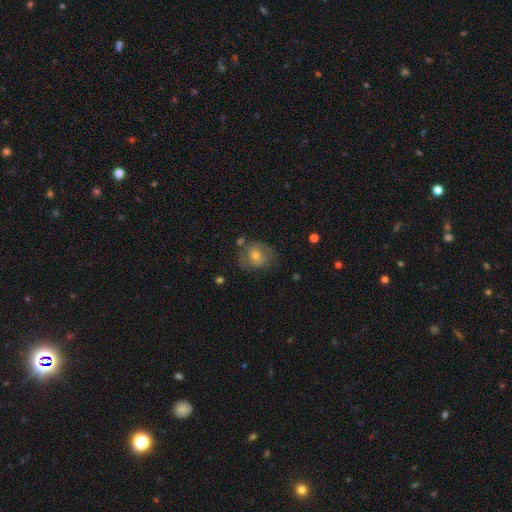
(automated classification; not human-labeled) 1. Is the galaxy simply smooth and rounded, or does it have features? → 52% smooth, 40% featured or disk, 8% star or artifact.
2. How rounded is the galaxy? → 67% round, 32% in between, 1% cigar-shaped.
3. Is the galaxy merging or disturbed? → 58% none, 23% minor disturbance, 13% major disturbance, 6% merger.